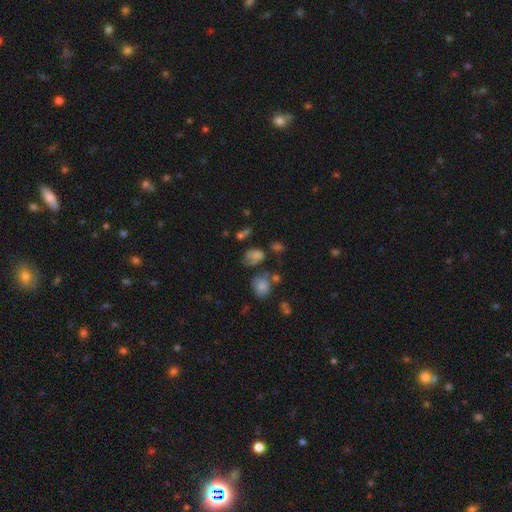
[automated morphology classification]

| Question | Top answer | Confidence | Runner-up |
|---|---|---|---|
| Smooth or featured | smooth | 60% | star or artifact (21%) |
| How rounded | in between | 65% | round (33%) |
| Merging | none | 41% | minor disturbance (23%) |